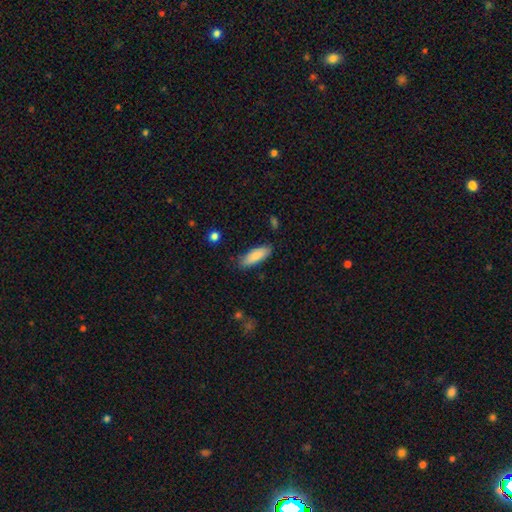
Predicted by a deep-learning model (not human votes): The model was most divided on "how rounded": in between: 65%, cigar-shaped: 34%, round: 2%. More confident: smooth or featured — smooth (86%); merging — none (82%).